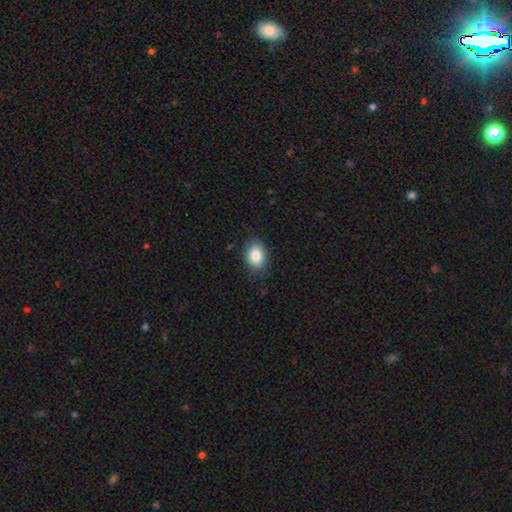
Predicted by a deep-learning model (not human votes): Smooth or featured?
  - smooth: 85% *
  - star or artifact: 8%
  - featured or disk: 6%
How rounded?
  - in between: 79% *
  - round: 20%
  - cigar-shaped: 1%
Merging?
  - none: 84% *
  - minor disturbance: 12%
  - major disturbance: 3%
  - merger: 1%